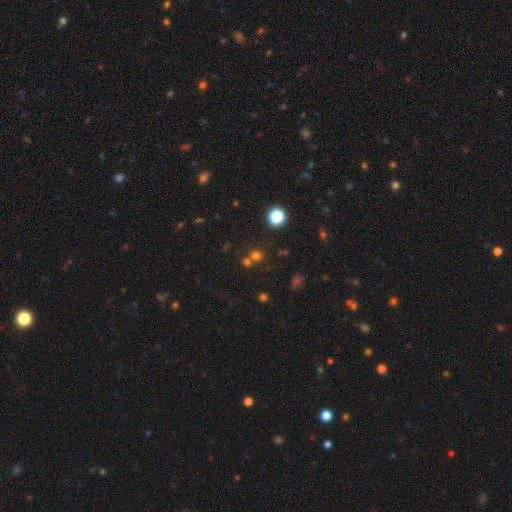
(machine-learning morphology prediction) smooth-or-featured: smooth: 62% | star or artifact: 29% | featured or disk: 9%
  how-rounded: round: 89% | in between: 10% | cigar-shaped: 1%
  merging: none: 60% | merger: 29% | minor disturbance: 7% | major disturbance: 3%